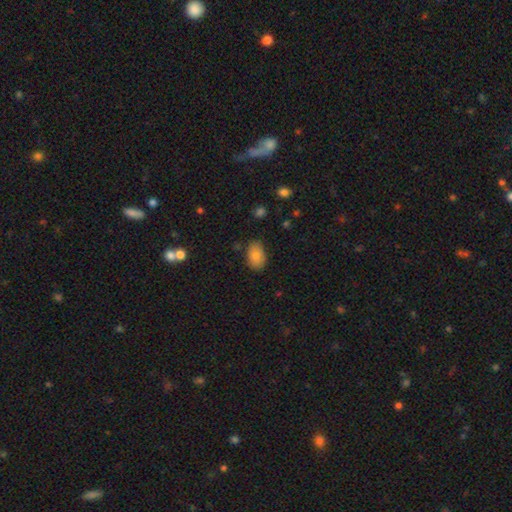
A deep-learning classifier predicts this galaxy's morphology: Overall: smooth (84%). How rounded: in between (88%). Merging: none (76%).